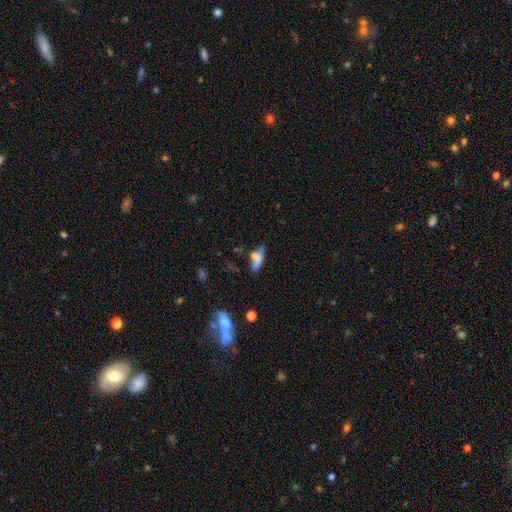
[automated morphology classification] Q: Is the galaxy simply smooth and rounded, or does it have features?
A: smooth — 64%.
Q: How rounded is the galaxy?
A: in between — 57%.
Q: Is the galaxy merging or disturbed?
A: none — 42%.